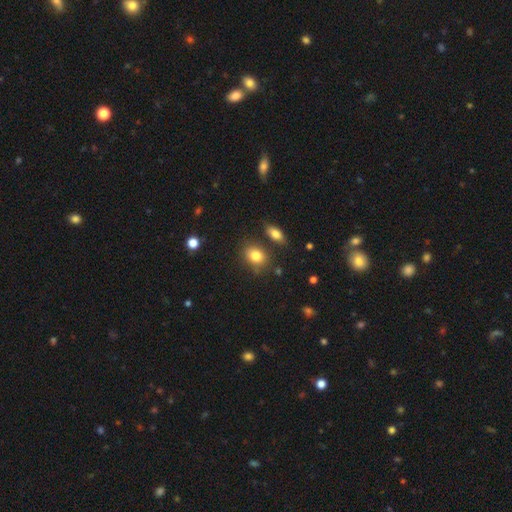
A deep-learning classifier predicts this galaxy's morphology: This is clearly a smooth galaxy (82%). How rounded: possibly in between (54%). Merging: likely none (75%).